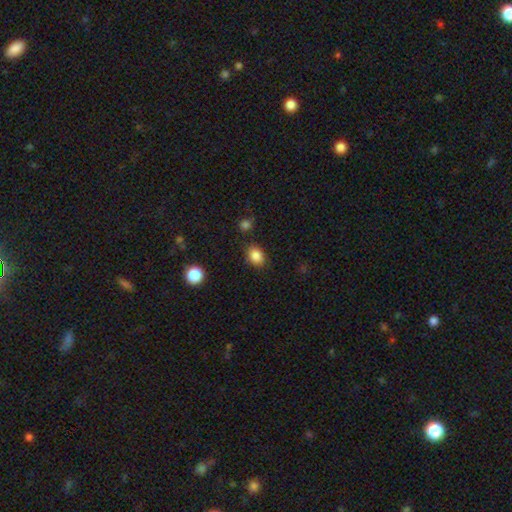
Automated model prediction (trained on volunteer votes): Smooth or featured: smooth — 86% (star or artifact — 10%)
How rounded: in between — 58% (round — 40%)
Merging: none — 81% (minor disturbance — 12%)